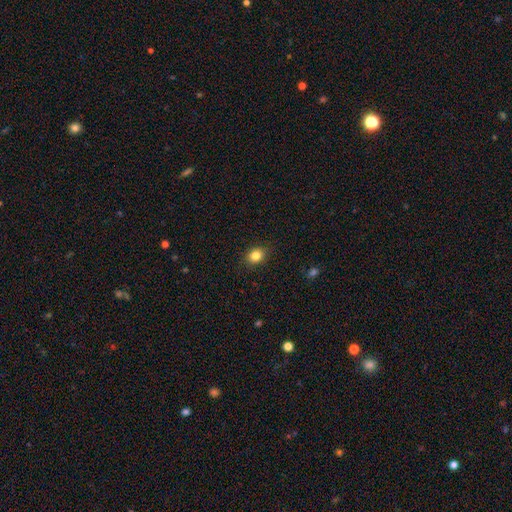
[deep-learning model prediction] The model was most divided on "how rounded": round: 58%, in between: 41%, cigar-shaped: 1%. More confident: merging — none (88%); smooth or featured — smooth (84%).